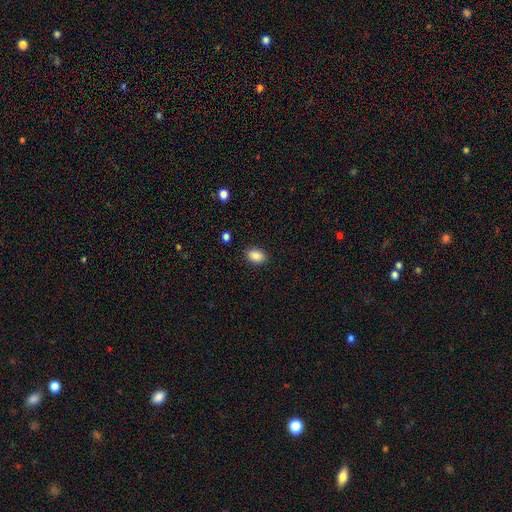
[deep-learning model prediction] The model was most divided on "how rounded": in between: 84%, round: 15%, cigar-shaped: 1%. More confident: smooth or featured — smooth (88%); merging — none (87%).